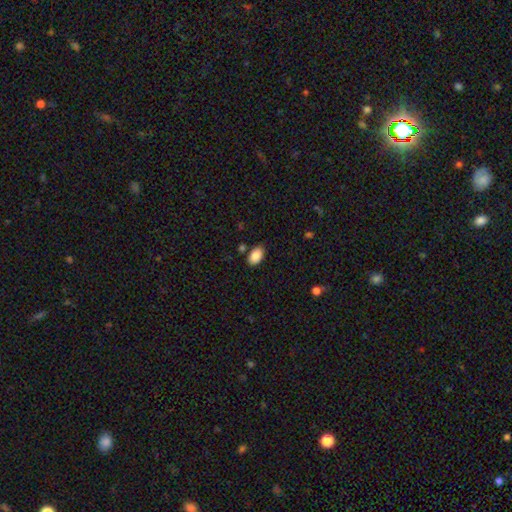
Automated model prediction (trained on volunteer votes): The model was most divided on "merging": none: 81%, minor disturbance: 12%, merger: 4%, major disturbance: 3%. More confident: how rounded — in between (92%); smooth or featured — smooth (88%).